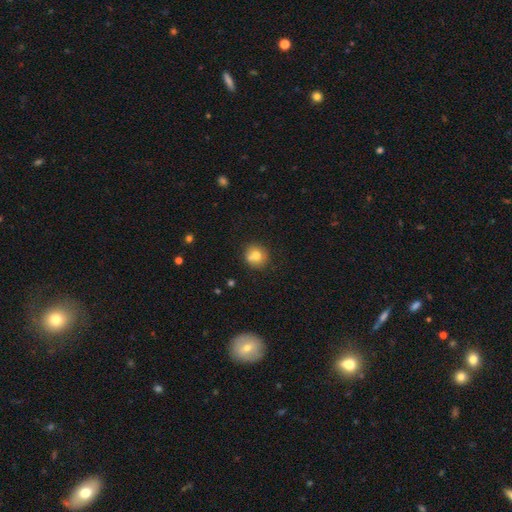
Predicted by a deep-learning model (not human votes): Morphology: type=smooth (74%); roundness=round (87%); merging=none (66%).